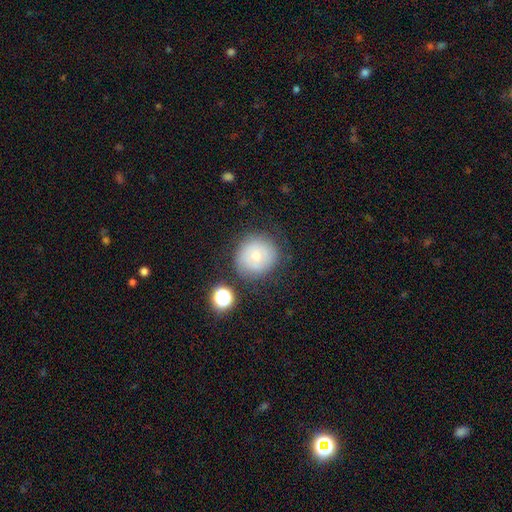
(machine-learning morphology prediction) Smooth or featured? smooth (62%)
How rounded? round (92%)
Merging? none (74%)